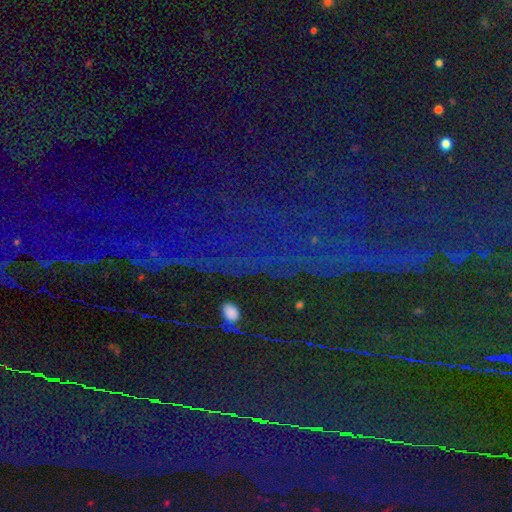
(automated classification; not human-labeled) Smooth or featured: star or artifact — 85% (featured or disk — 8%)